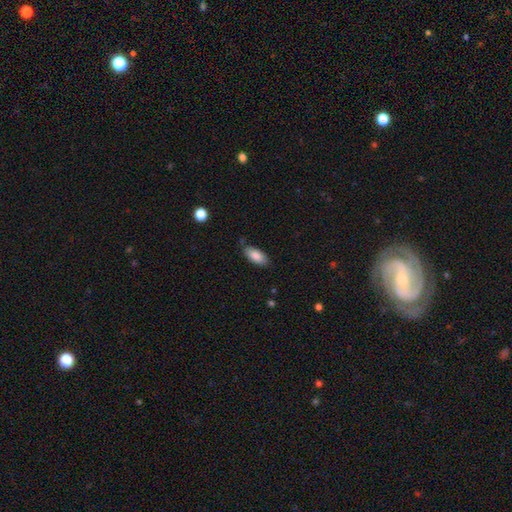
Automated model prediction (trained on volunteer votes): This is clearly a smooth galaxy (85%). How rounded: clearly in between (89%). Merging: likely none (77%).